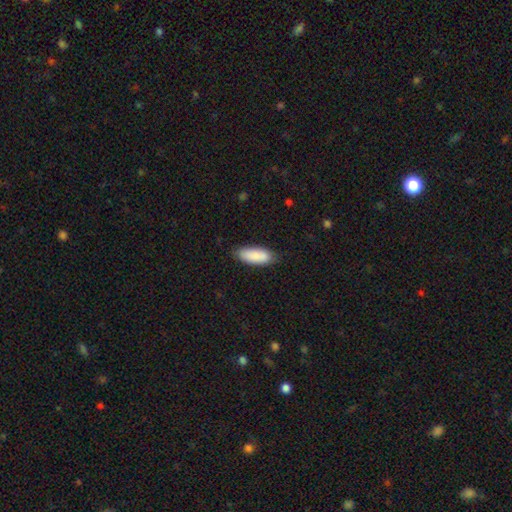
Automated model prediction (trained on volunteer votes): This is clearly a smooth galaxy (88%). How rounded: likely in between (75%). Merging: clearly none (82%).